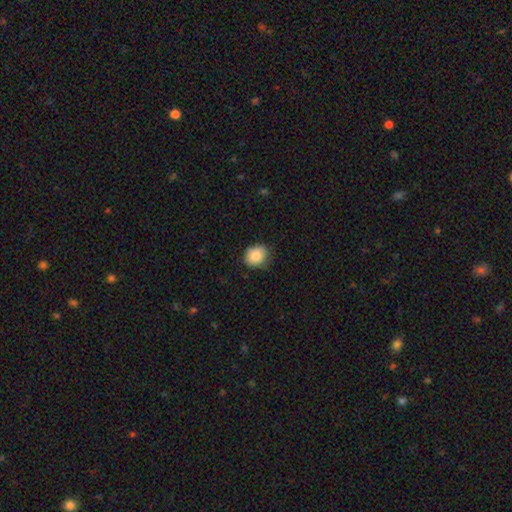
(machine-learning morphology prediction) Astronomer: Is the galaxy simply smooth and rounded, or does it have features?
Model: smooth — 87%.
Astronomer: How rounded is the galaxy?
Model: round — 71%.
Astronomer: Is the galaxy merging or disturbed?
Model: none — 79%.